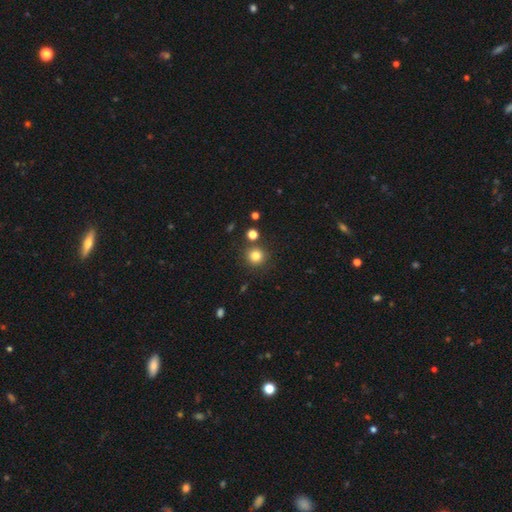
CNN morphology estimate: Q: Smooth or featured?
A: smooth (81%); runner-up: star or artifact (13%)
Q: How rounded?
A: round (93%); runner-up: in between (6%)
Q: Merging?
A: none (84%); runner-up: minor disturbance (7%)